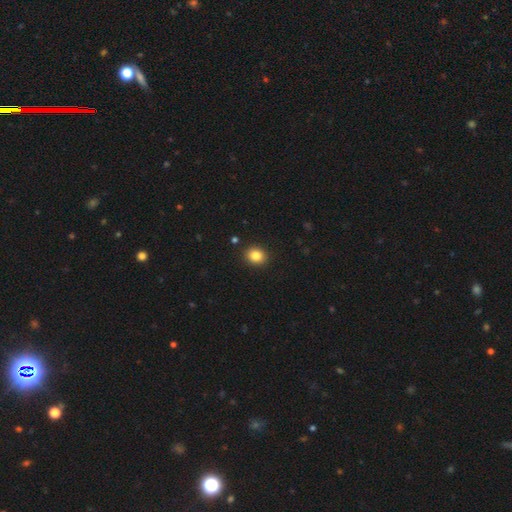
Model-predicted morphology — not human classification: Smooth or featured: smooth — 85% (star or artifact — 10%)
How rounded: round — 71% (in between — 28%)
Merging: none — 91% (minor disturbance — 6%)